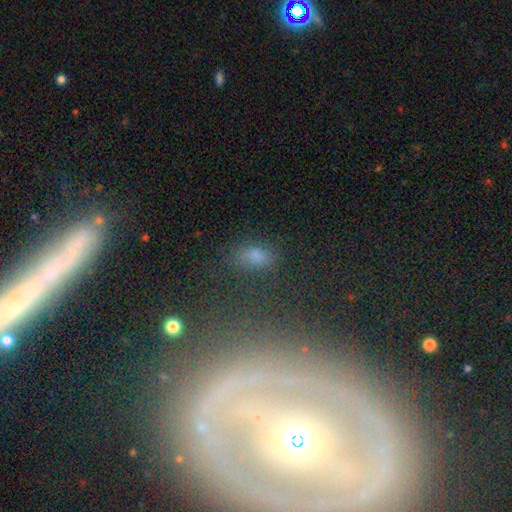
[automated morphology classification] smooth-or-featured: smooth: 69% | star or artifact: 21% | featured or disk: 10%
  how-rounded: in between: 85% | round: 10% | cigar-shaped: 5%
  merging: none: 76% | minor disturbance: 14% | major disturbance: 6% | merger: 4%